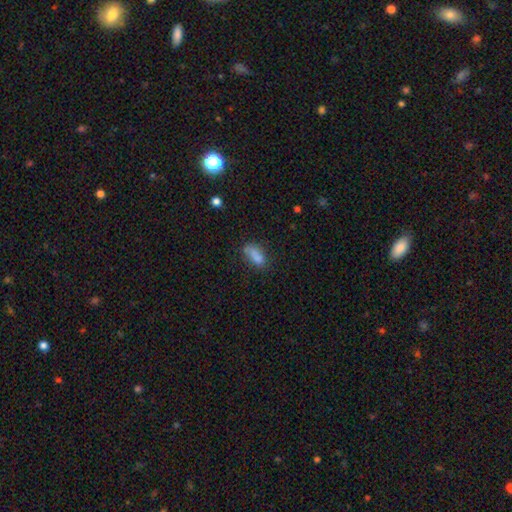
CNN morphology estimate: Smooth or featured?
  - smooth: 80% *
  - featured or disk: 10%
  - star or artifact: 10%
How rounded?
  - in between: 81% *
  - cigar-shaped: 14%
  - round: 5%
Merging?
  - none: 55% *
  - minor disturbance: 26%
  - major disturbance: 11%
  - merger: 8%